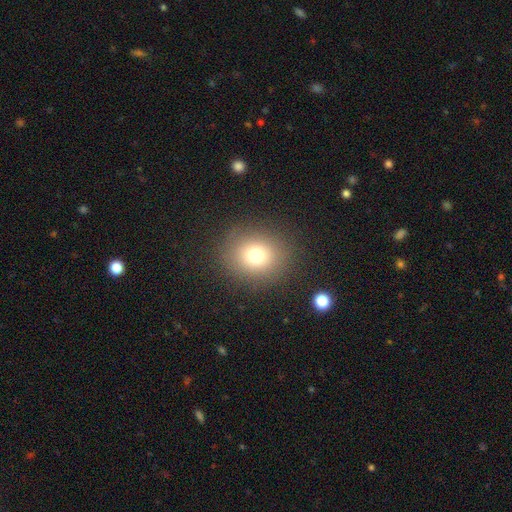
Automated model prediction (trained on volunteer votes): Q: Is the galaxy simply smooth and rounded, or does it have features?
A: smooth — 74%.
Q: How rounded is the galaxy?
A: round — 75%.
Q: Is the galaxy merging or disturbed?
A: none — 86%.